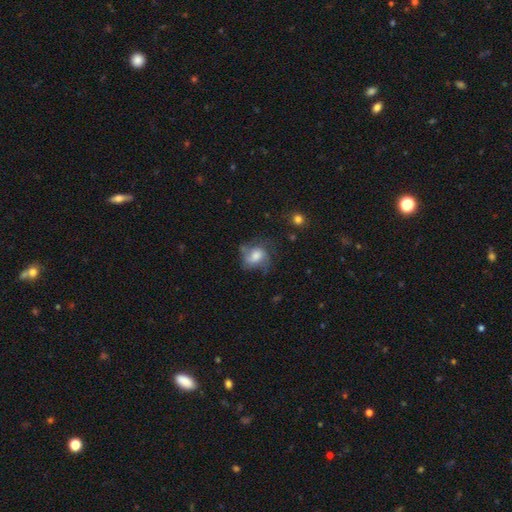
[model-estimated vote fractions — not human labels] Smooth or featured? Predicted: featured or disk (p=0.50). Merging? Predicted: none (p=0.51).